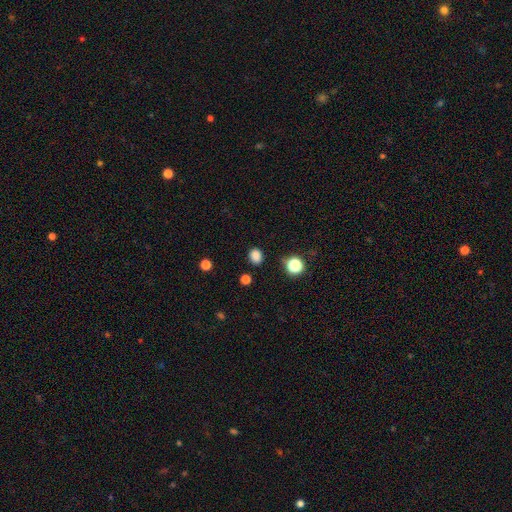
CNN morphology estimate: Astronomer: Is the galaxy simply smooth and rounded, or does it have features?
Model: smooth — 82%.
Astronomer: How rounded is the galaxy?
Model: round — 57% (runner-up: in between, 42%).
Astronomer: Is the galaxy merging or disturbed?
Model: none — 84%.